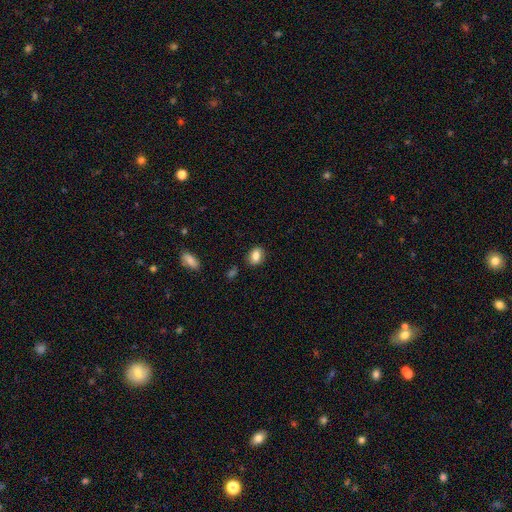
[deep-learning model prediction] smooth_or_featured: smooth (p=0.83) [alt: featured or disk p=0.09]
how_rounded: in between (p=0.75) [alt: round p=0.23]
merging: none (p=0.82) [alt: minor disturbance p=0.13]